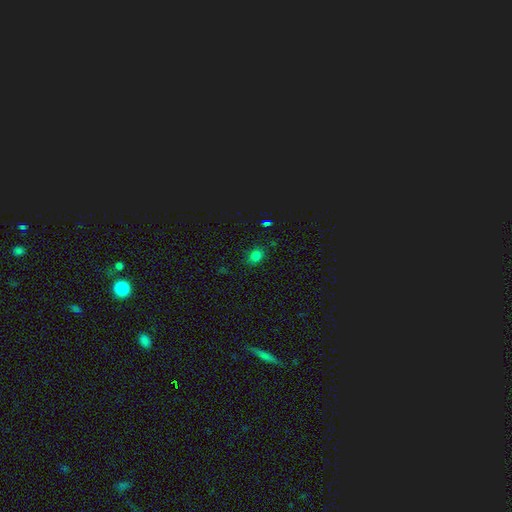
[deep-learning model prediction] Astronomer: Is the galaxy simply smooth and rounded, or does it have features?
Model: smooth — 75%.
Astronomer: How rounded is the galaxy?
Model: in between — 58% (runner-up: round, 41%).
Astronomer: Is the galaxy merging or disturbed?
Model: none — 82%.